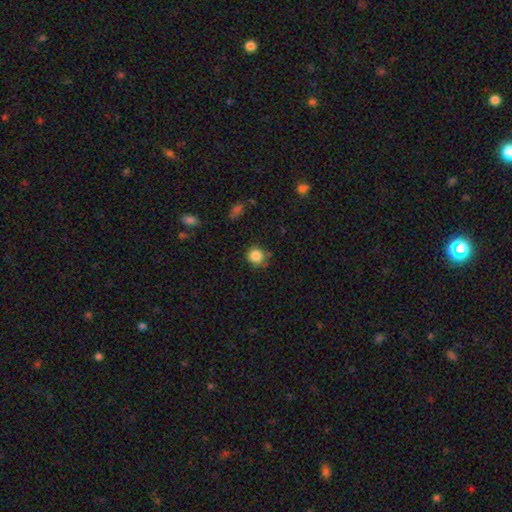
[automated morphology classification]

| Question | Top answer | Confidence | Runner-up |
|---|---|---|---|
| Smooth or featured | smooth | 85% | star or artifact (10%) |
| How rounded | round | 92% | in between (8%) |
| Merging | none | 77% | minor disturbance (16%) |